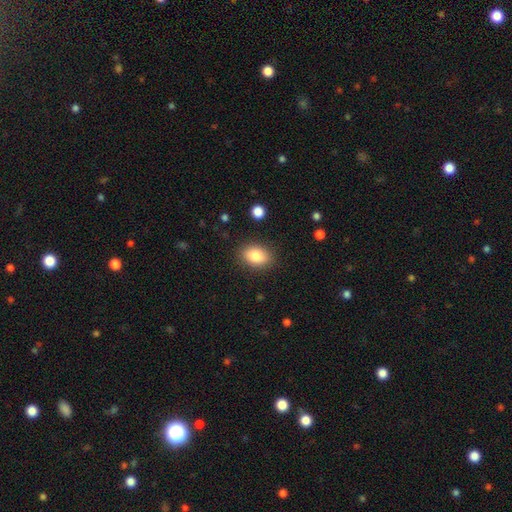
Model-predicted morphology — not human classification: This appears to be a smooth galaxy with no disk features (83%) that is in between round and cigar-shaped (78%). Merging: none (87%).